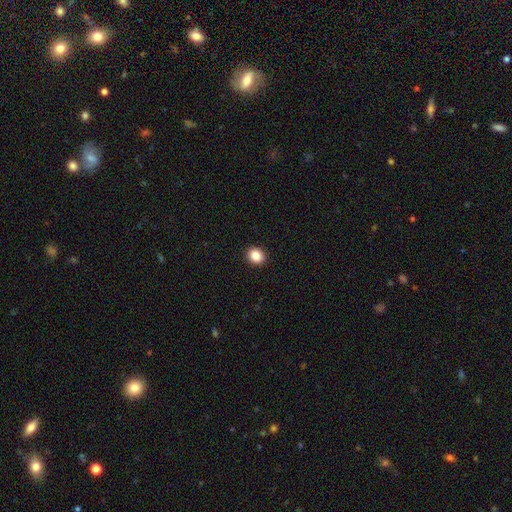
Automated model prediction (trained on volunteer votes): This is clearly a smooth galaxy (86%). How rounded: likely round (66%). Merging: clearly none (93%).